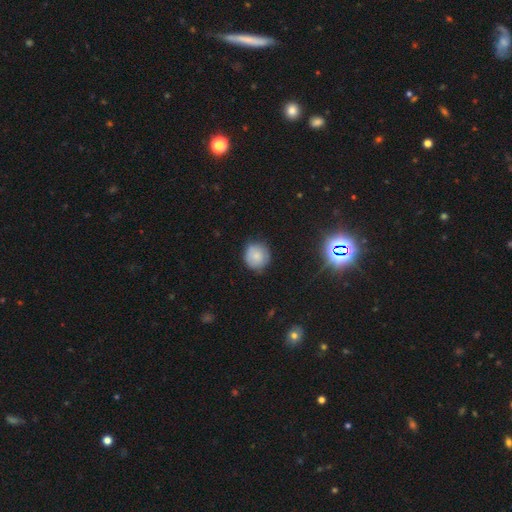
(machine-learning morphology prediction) Overall: smooth (75%). How rounded: round (91%). Merging: none (76%).